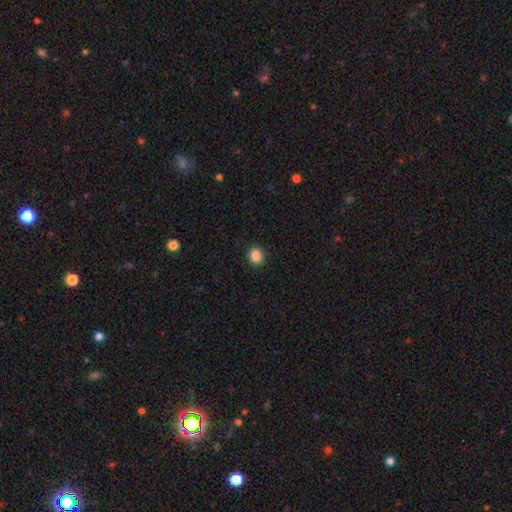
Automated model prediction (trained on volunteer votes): Smooth or featured?
  - smooth: 86% *
  - star or artifact: 10%
  - featured or disk: 3%
How rounded?
  - round: 73% *
  - in between: 26%
  - cigar-shaped: 1%
Merging?
  - none: 91% *
  - minor disturbance: 6%
  - major disturbance: 2%
  - merger: 1%